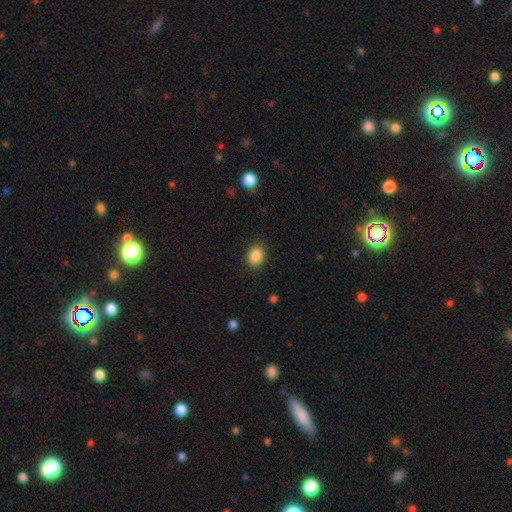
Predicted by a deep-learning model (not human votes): smooth-or-featured: smooth: 88% | star or artifact: 9% | featured or disk: 3%
  how-rounded: in between: 60% | round: 39% | cigar-shaped: 1%
  merging: none: 87% | minor disturbance: 9% | major disturbance: 3% | merger: 1%